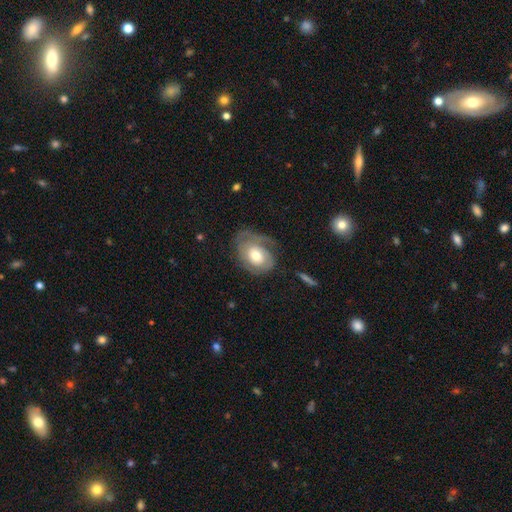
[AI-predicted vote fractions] Overall: featured or disk (61%; smooth 32%). Edge-on disk: no (95%). Bar: no (76%). Spiral arms: yes (77%). Bulge size: moderate (68%). Merging: none (51%; minor disturbance 26%).